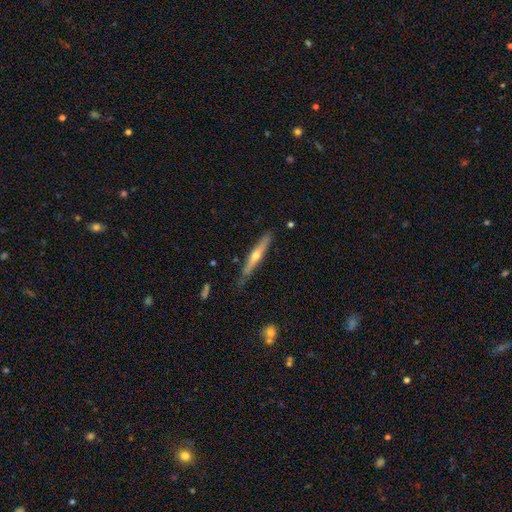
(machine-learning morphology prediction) A featured or disk galaxy (59%) viewed edge-on (94%) with a rounded central bulge (83%). Merging: none (80%).